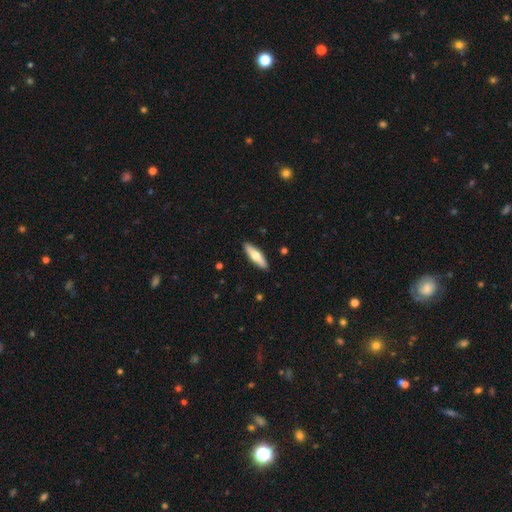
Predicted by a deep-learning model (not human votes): smooth-or-featured: smooth: 55% | featured or disk: 40% | star or artifact: 5%
  how-rounded: cigar-shaped: 65% | in between: 33% | round: 2%
  merging: none: 91% | minor disturbance: 7% | major disturbance: 1% | merger: 1%